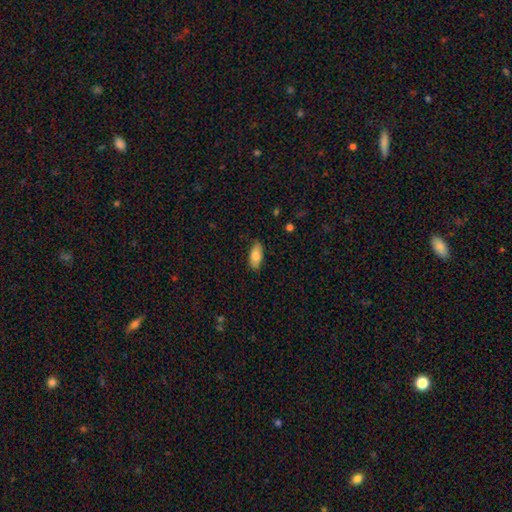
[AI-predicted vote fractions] A smooth galaxy with no disk features (77%) that is in between round and cigar-shaped (87%).

Vote fractions:
- Smooth or featured? smooth: 77% / featured or disk: 17% / star or artifact: 6%
- How rounded? in between: 87% / cigar-shaped: 11% / round: 3%
- Merging? none: 86% / minor disturbance: 11% / major disturbance: 2% / merger: 1%